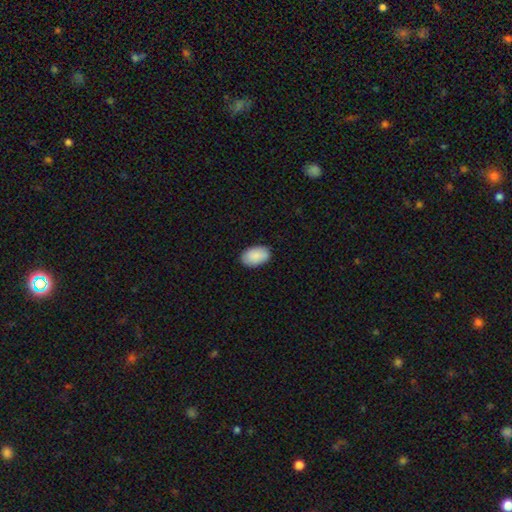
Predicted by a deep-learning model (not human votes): Smooth or featured: smooth — 90% (star or artifact — 6%)
How rounded: in between — 93% (round — 6%)
Merging: none — 88% (minor disturbance — 10%)